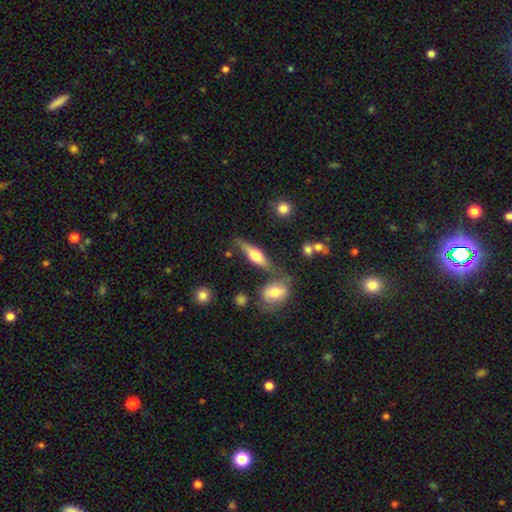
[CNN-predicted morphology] featured or disk 55%, smooth 38%, star or artifact 7%. Down the decision tree: edge-on disk — yes (91%); merging — none (65%).